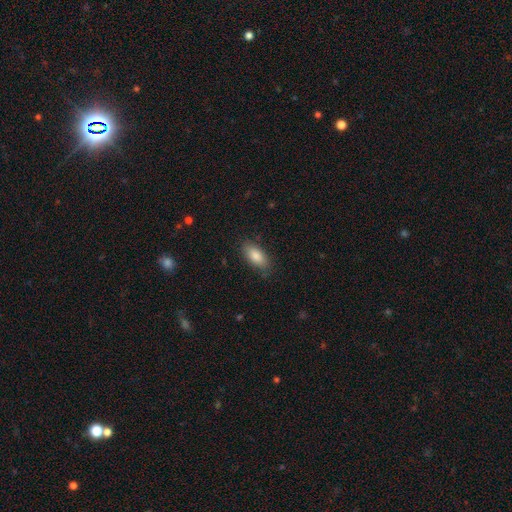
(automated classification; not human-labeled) A smooth galaxy with no disk features (85%) that is in between round and cigar-shaped (87%).

Vote fractions:
- Smooth or featured? smooth: 85% / featured or disk: 8% / star or artifact: 7%
- How rounded? in between: 87% / cigar-shaped: 10% / round: 3%
- Merging? none: 83% / minor disturbance: 13% / major disturbance: 3% / merger: 1%